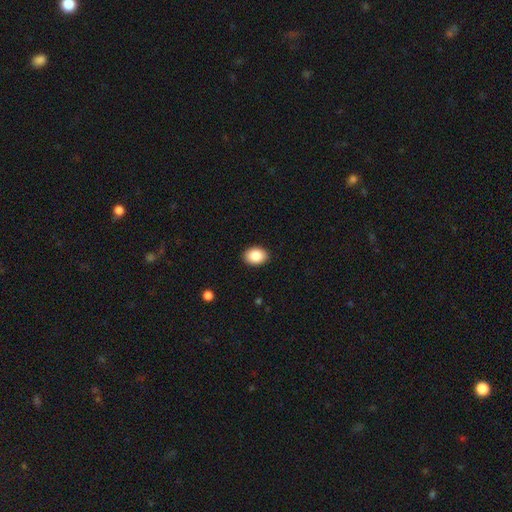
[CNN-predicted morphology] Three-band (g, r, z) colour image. It shows a smooth galaxy with no disk features (88%) that is in between round and cigar-shaped (72%). Merging: none (90%).